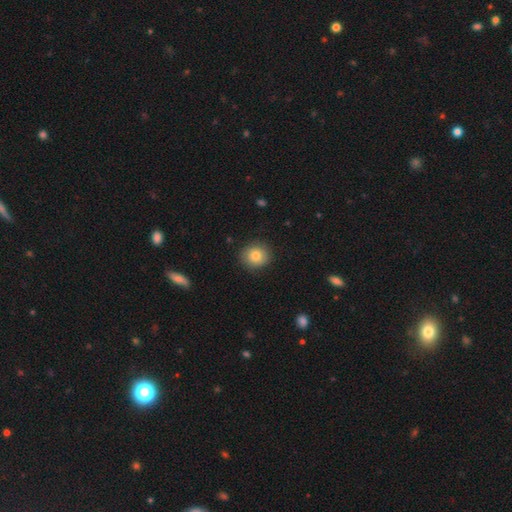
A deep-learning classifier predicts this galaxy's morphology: Smooth or featured: smooth — 81% (featured or disk — 10%)
How rounded: round — 84% (in between — 15%)
Merging: none — 87% (minor disturbance — 10%)